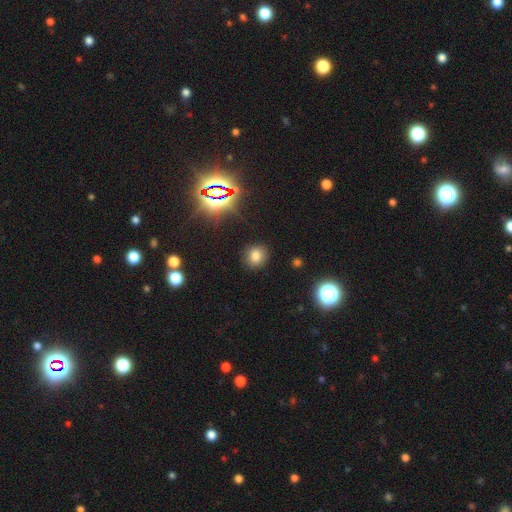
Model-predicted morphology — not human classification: Overall: smooth (74%). How rounded: round (84%). Merging: none (89%).